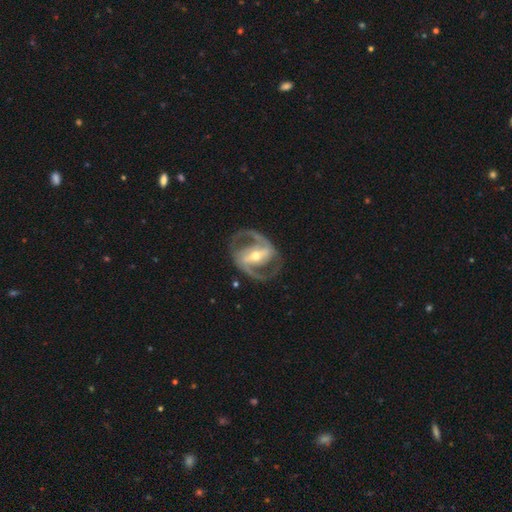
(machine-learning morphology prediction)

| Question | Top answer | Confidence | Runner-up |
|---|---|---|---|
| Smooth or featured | featured or disk | 91% | smooth (5%) |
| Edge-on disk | no | 97% | yes (3%) |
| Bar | strong | 65% | weak (24%) |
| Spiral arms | yes | 95% | no (5%) |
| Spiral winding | medium | 59% | tight (23%) |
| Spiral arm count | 2 | 93% | can't tell (2%) |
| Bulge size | moderate | 57% | small (38%) |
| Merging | none | 81% | minor disturbance (11%) |